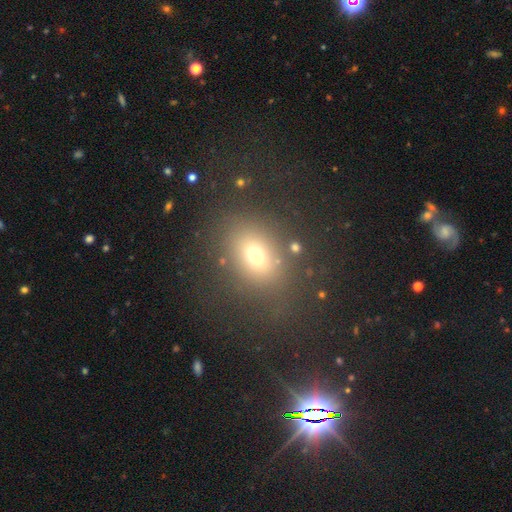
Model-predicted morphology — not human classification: smooth-or-featured: smooth: 69% | star or artifact: 18% | featured or disk: 14%
  how-rounded: in between: 61% | round: 37% | cigar-shaped: 2%
  merging: none: 77% | minor disturbance: 12% | major disturbance: 8% | merger: 4%